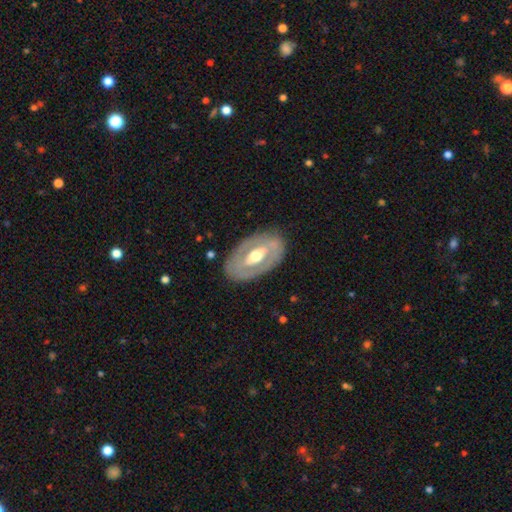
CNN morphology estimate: This is likely a featured or disk galaxy (67%). It is clearly not viewed edge-on (91%). Bar: possibly no (48%). Spiral arm pattern: likely no (71%). Central bulge: likely moderate (70%). Merging: clearly none (81%).